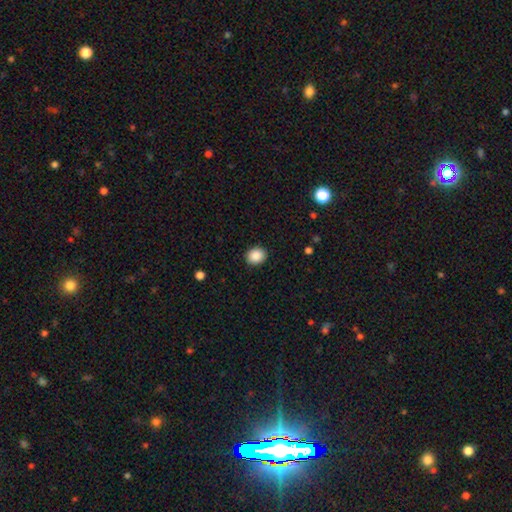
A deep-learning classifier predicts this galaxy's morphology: smooth-or-featured: smooth: 89% | star or artifact: 8% | featured or disk: 3%
  how-rounded: round: 60% | in between: 39% | cigar-shaped: 1%
  merging: none: 91% | minor disturbance: 7% | major disturbance: 2% | merger: 1%